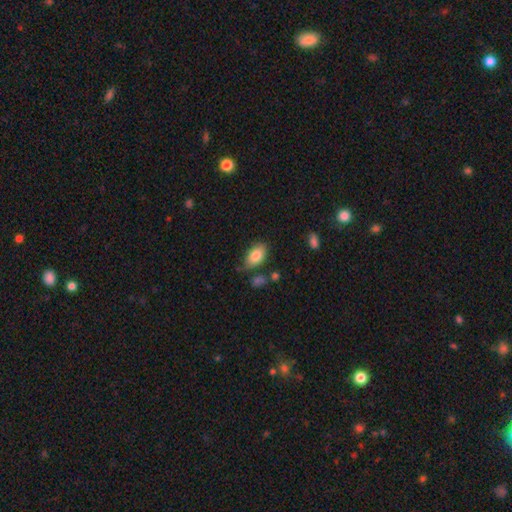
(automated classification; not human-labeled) smooth 83%, featured or disk 10%, star or artifact 8%. Down the decision tree: how rounded — in between (92%); merging — none (66%).